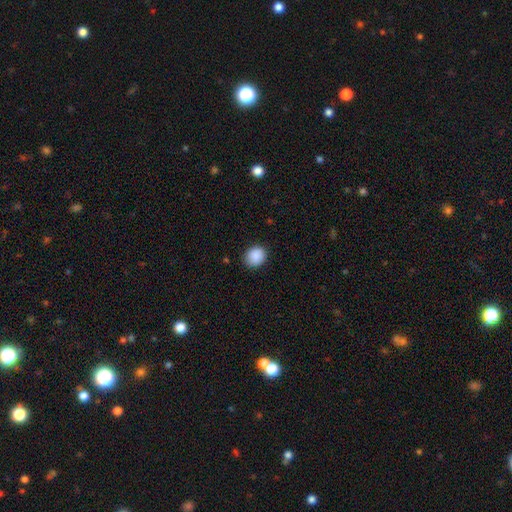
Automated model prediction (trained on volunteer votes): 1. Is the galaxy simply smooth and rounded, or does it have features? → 89% smooth, 8% star or artifact, 3% featured or disk.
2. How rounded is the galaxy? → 70% round, 29% in between, 1% cigar-shaped.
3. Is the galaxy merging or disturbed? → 85% none, 12% minor disturbance, 3% major disturbance, 1% merger.